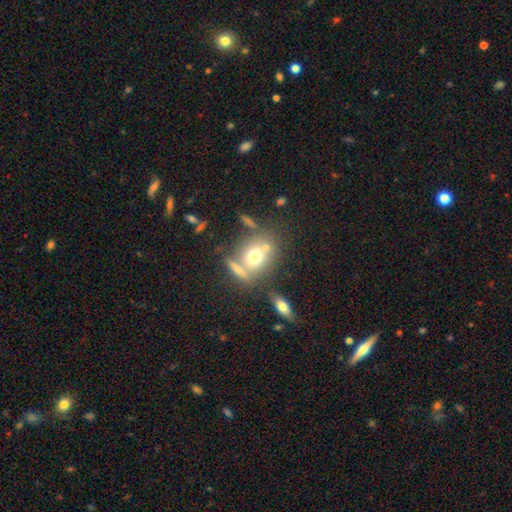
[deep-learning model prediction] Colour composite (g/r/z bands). It shows a smooth galaxy with no disk features (64%) that is round (57%). Merging: none (54%).